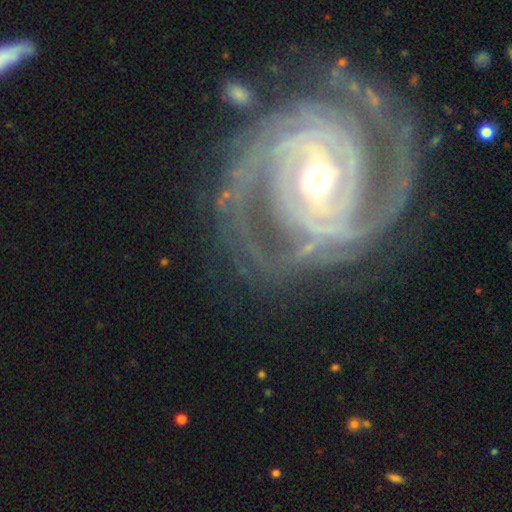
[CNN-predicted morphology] A featured or disk galaxy (92%) with a strong bar (39%), 2 (31%) tight (72%) spiral arms (98%) and a moderate central bulge (63%). Merging: none (72%).